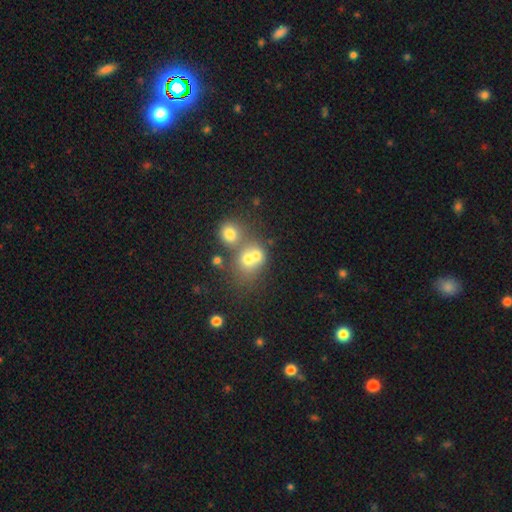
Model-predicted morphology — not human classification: Overall: smooth (66%). How rounded: round (71%). Merging: merger (57%; none 31%).